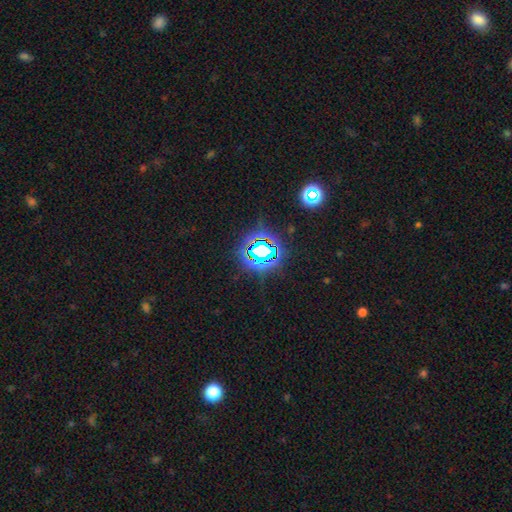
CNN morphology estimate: This appears to be a star or artifact, not a galaxy (68%).